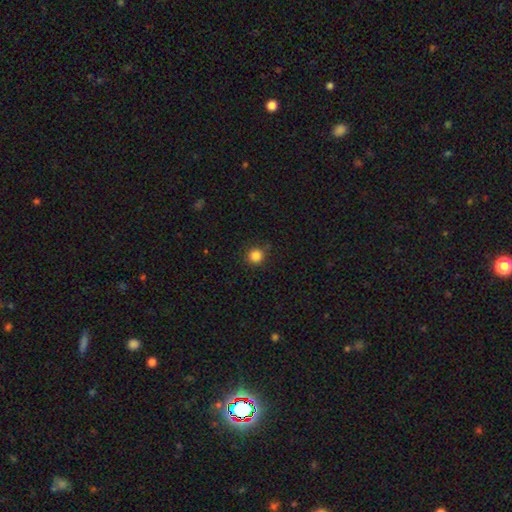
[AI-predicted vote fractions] smooth_or_featured: smooth (p=0.85) [alt: star or artifact p=0.12]
how_rounded: round (p=0.94) [alt: in between p=0.05]
merging: none (p=0.87) [alt: minor disturbance p=0.10]